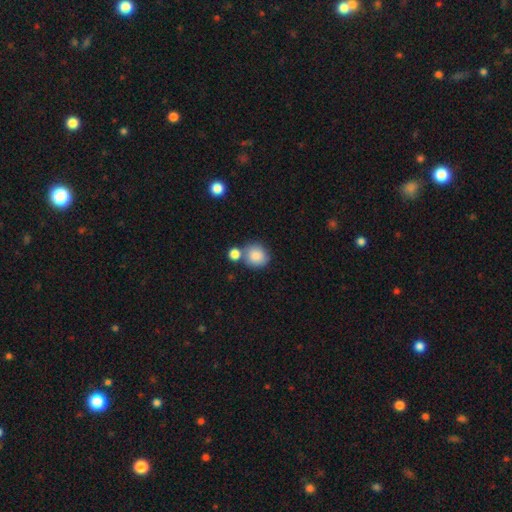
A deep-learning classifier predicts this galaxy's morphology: Overall: smooth (85%). How rounded: round (82%). Merging: none (57%; merger 27%).